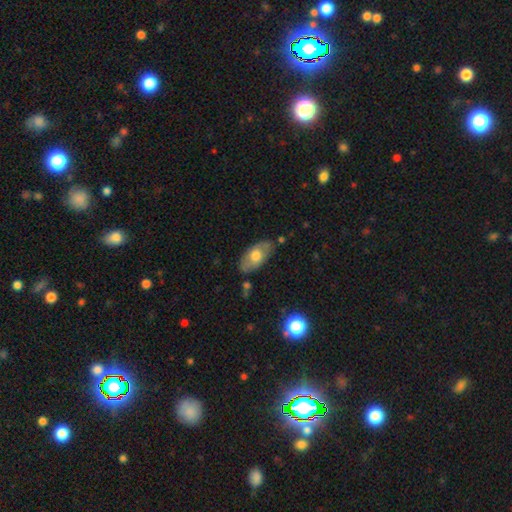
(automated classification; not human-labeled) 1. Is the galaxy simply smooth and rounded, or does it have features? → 58% smooth, 36% featured or disk, 6% star or artifact.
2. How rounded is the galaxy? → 92% in between, 4% round, 4% cigar-shaped.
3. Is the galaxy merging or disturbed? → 72% none, 20% minor disturbance, 4% major disturbance, 4% merger.